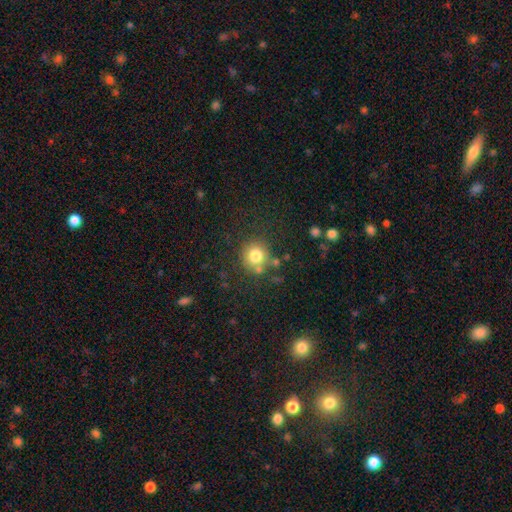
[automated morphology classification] type=smooth (78%); roundness=round (91%); merging=none (73%).